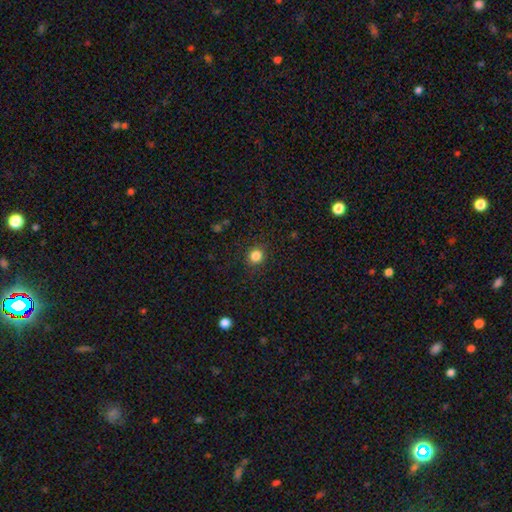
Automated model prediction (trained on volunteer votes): Smooth or featured? Predicted: smooth (p=0.84). How rounded? Predicted: round (p=0.83). Merging? Predicted: none (p=0.89).